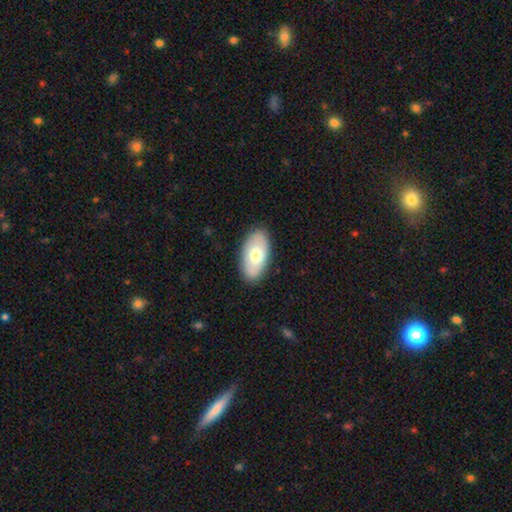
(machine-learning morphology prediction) smooth_or_featured: smooth (p=0.64) [alt: featured or disk p=0.30]
how_rounded: in between (p=0.94) [alt: round p=0.03]
merging: none (p=0.86) [alt: minor disturbance p=0.10]